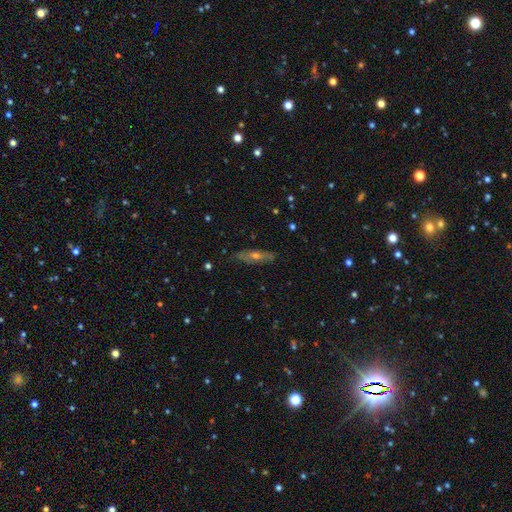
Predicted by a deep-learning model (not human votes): featured or disk 58%, smooth 33%, star or artifact 9%. Down the decision tree: edge-on disk — yes (68%); merging — none (84%).